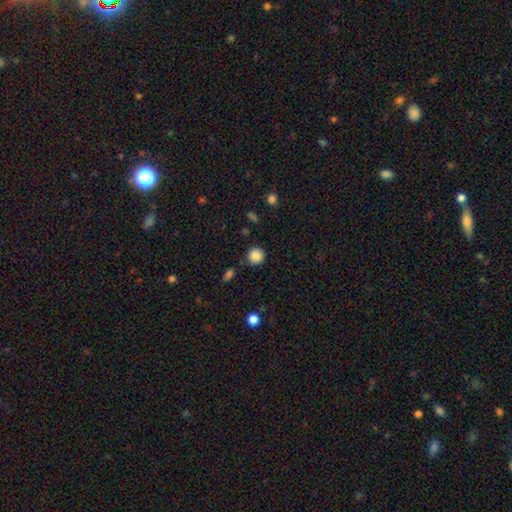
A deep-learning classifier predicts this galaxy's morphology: A smooth galaxy with no disk features (87%) that is round (91%). Merging: none (86%).